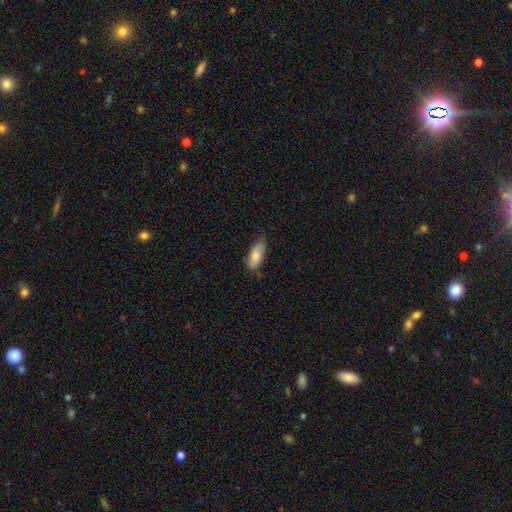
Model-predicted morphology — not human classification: type=smooth (78%); roundness=in between (78%); merging=none (63%).